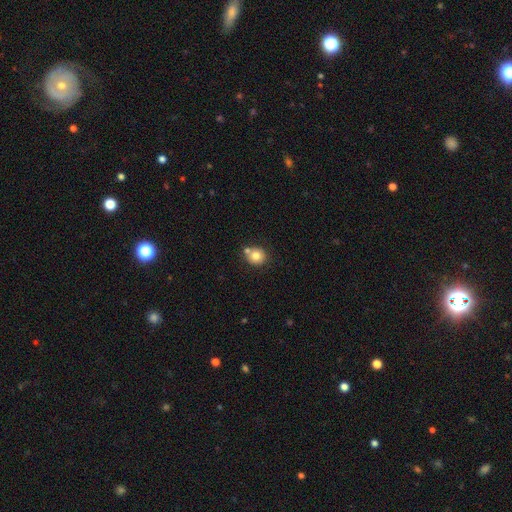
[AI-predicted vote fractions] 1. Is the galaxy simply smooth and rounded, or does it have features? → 79% smooth, 11% featured or disk, 10% star or artifact.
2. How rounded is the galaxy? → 83% round, 16% in between, 1% cigar-shaped.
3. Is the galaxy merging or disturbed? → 59% none, 26% merger, 12% minor disturbance, 3% major disturbance.